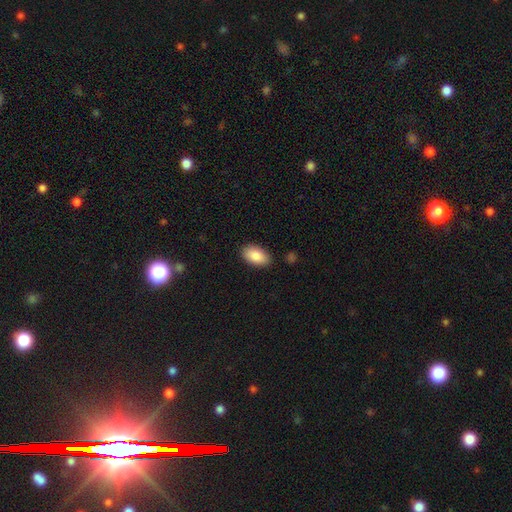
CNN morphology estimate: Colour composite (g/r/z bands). It shows a smooth galaxy with no disk features (87%) that is in between round and cigar-shaped (94%). Merging: none (86%).